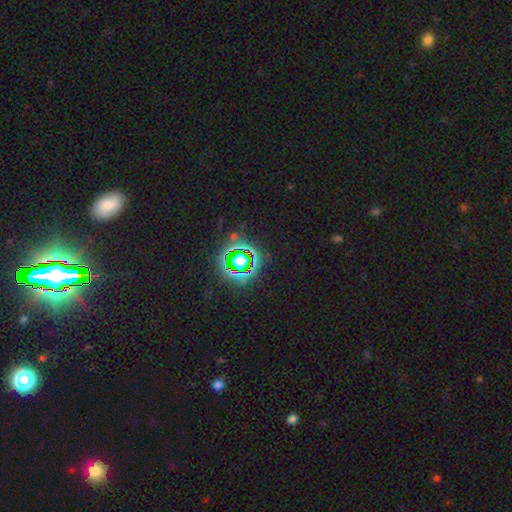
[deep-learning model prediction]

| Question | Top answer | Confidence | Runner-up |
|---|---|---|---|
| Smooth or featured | star or artifact | 80% | smooth (13%) |